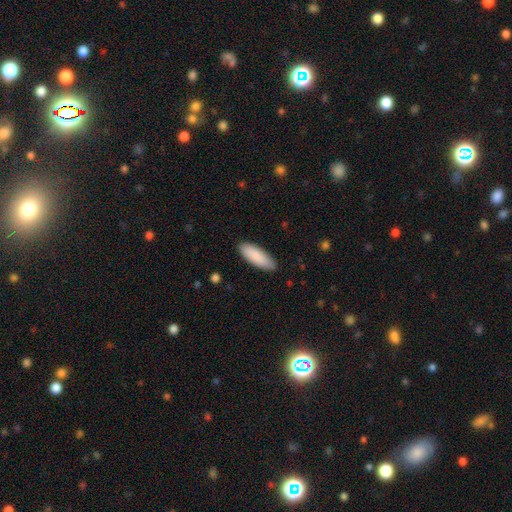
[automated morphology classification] Smooth or featured? Predicted: smooth (p=0.89). How rounded? Predicted: in between (p=0.61). Merging? Predicted: none (p=0.89).